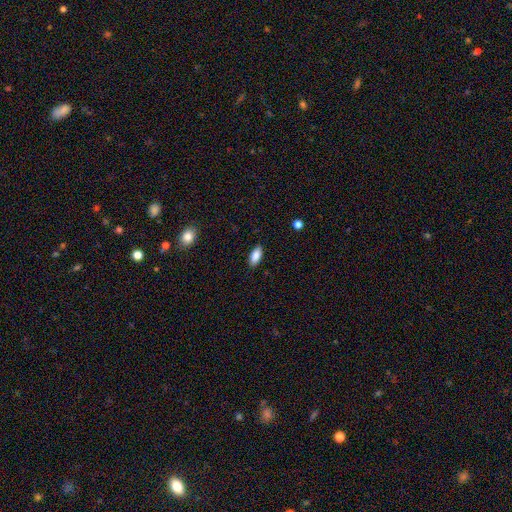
Volunteers were most divided on "merging": none: 84%, minor disturbance: 16%, major disturbance: 0%, merger: 0%. More confident: smooth or featured — smooth (90%); how rounded — in between (86%).